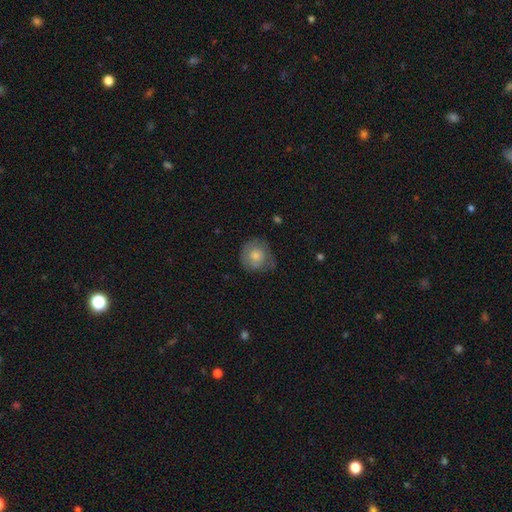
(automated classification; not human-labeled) Smooth or featured? smooth (64%)
How rounded? round (87%)
Merging? none (61%)